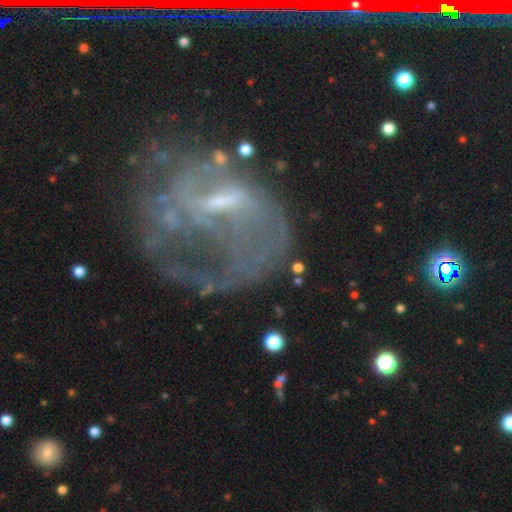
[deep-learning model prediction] featured or disk 72%, smooth 15%, star or artifact 13%. Down the decision tree: edge-on disk — no (97%); bar — weak (47%); spiral arms — yes (53%); bulge size — small (47%); merging — major disturbance (43%).